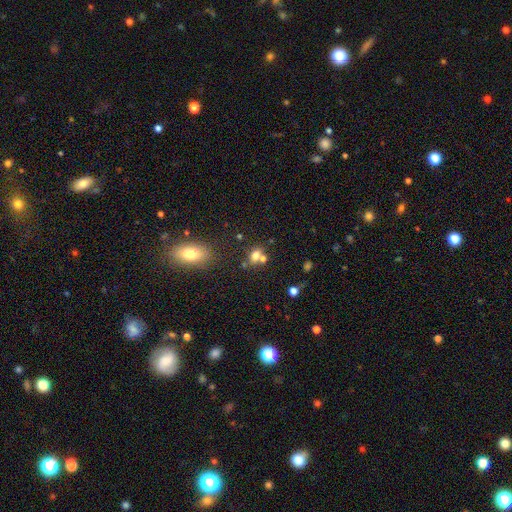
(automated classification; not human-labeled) smooth-or-featured: smooth: 71% | star or artifact: 16% | featured or disk: 13%
  how-rounded: in between: 55% | round: 42% | cigar-shaped: 2%
  merging: none: 49% | merger: 36% | minor disturbance: 11% | major disturbance: 5%